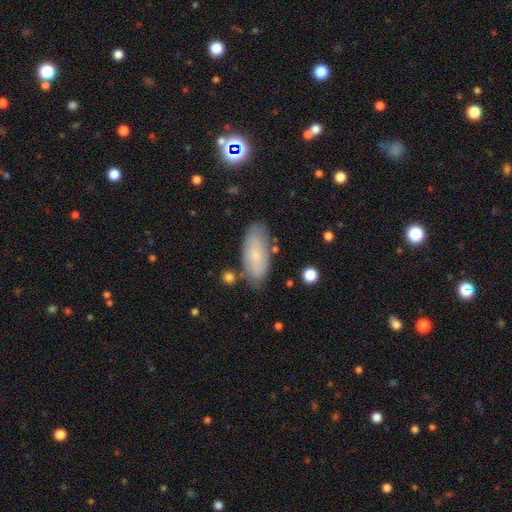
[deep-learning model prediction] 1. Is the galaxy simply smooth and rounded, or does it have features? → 72% smooth, 20% featured or disk, 8% star or artifact.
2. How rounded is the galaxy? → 83% in between, 15% cigar-shaped, 2% round.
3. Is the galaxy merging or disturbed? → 77% none, 16% minor disturbance, 4% merger, 3% major disturbance.